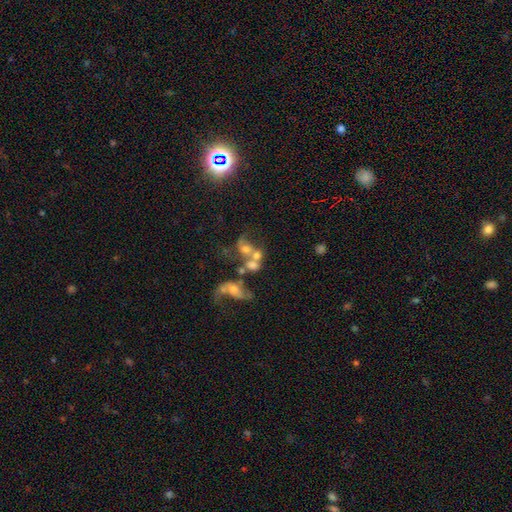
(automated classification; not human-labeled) Smooth or featured: featured or disk — 42% (smooth — 41%)
Merging: merger — 59% (none — 17%)